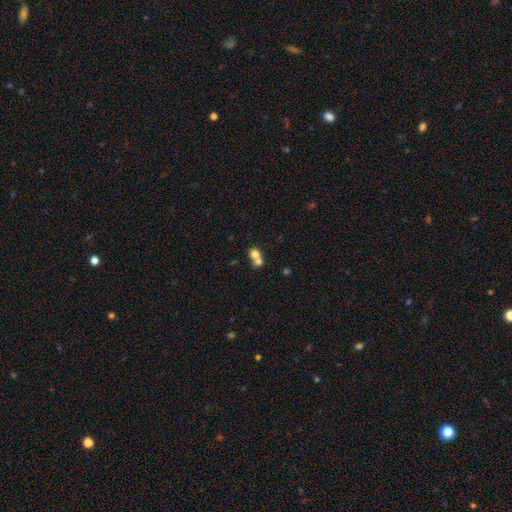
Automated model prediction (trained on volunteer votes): Smooth or featured: smooth — 72% (featured or disk — 16%)
How rounded: round — 69% (in between — 30%)
Merging: merger — 65% (none — 27%)